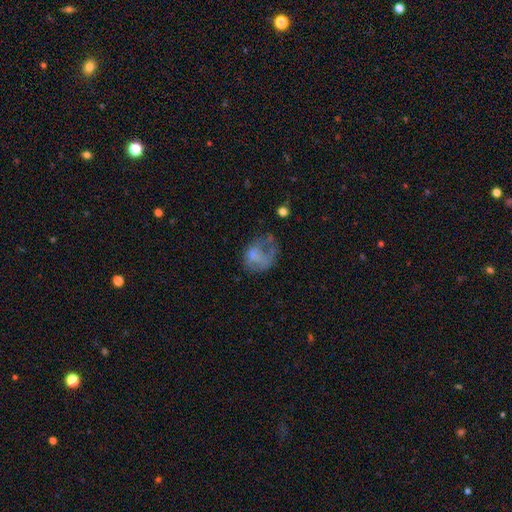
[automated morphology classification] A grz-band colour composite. It shows a smooth galaxy with no disk features (53%) that is in between round and cigar-shaped (55%). Merging: major disturbance (46%).